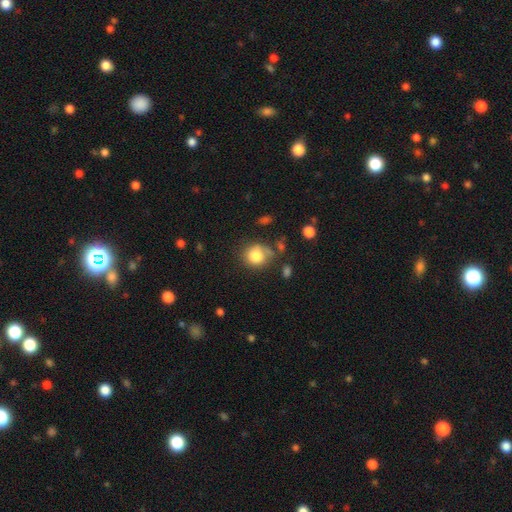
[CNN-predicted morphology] smooth-or-featured: smooth: 81% | star or artifact: 10% | featured or disk: 9%
  how-rounded: round: 79% | in between: 20% | cigar-shaped: 1%
  merging: none: 63% | minor disturbance: 22% | major disturbance: 8% | merger: 8%